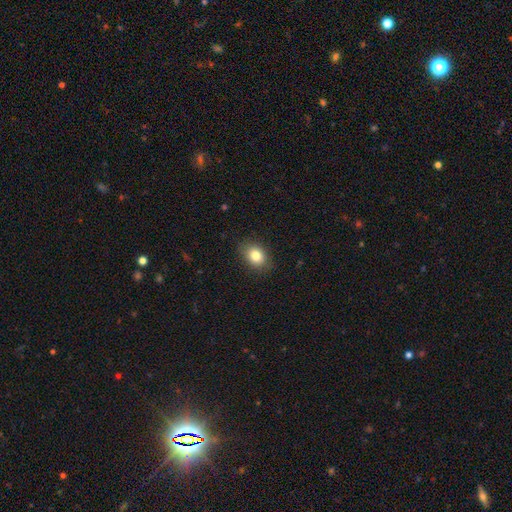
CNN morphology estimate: This appears to be a smooth galaxy with no disk features (82%) that is in between round and cigar-shaped (64%). Merging: none (85%).